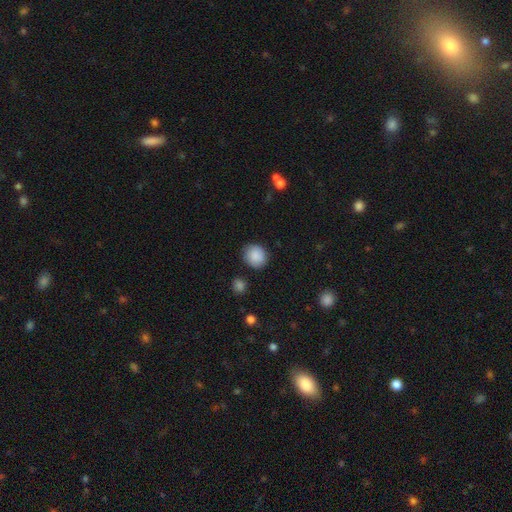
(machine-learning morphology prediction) Smooth or featured?
  - smooth: 88% *
  - star or artifact: 8%
  - featured or disk: 5%
How rounded?
  - round: 82% *
  - in between: 17%
  - cigar-shaped: 1%
Merging?
  - none: 86% *
  - minor disturbance: 10%
  - major disturbance: 2%
  - merger: 2%